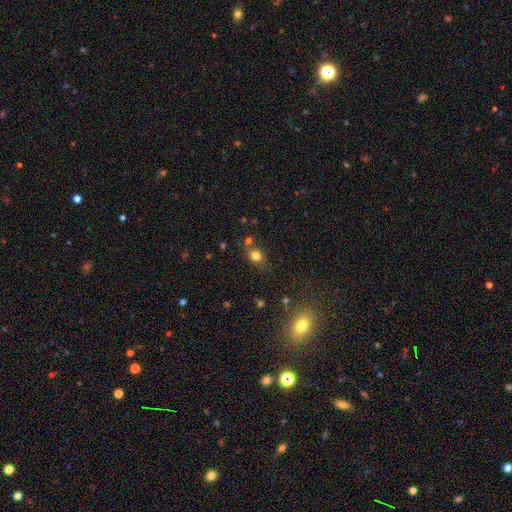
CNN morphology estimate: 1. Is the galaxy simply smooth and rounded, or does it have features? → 77% smooth, 15% star or artifact, 8% featured or disk.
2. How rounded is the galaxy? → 61% round, 38% in between, 1% cigar-shaped.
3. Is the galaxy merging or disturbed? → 66% none, 16% minor disturbance, 14% merger, 5% major disturbance.